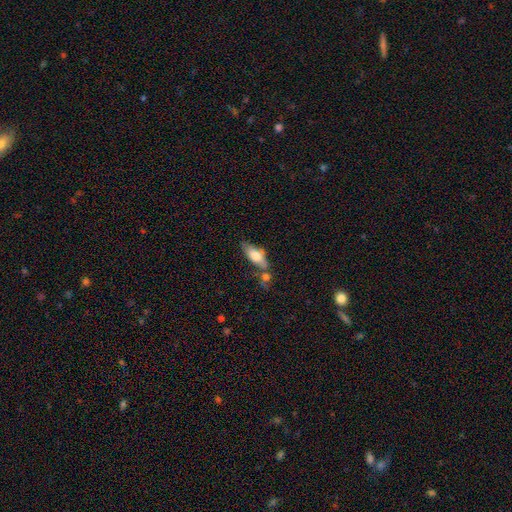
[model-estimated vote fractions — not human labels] This is likely a smooth galaxy (67%). How rounded: likely in between (71%). Merging: marginally none (42%).